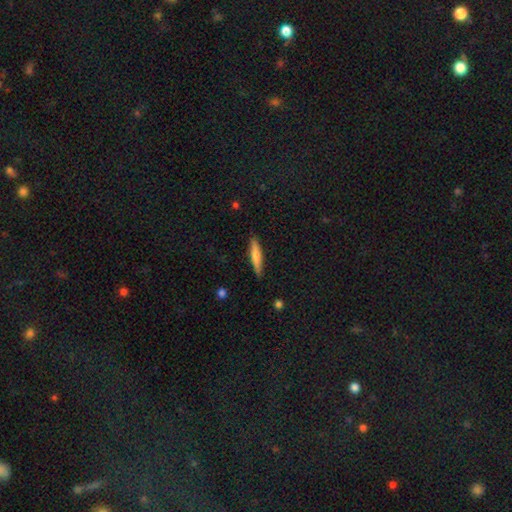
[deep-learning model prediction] Morphology: type=smooth (67%); roundness=cigar-shaped (88%); merging=none (87%).